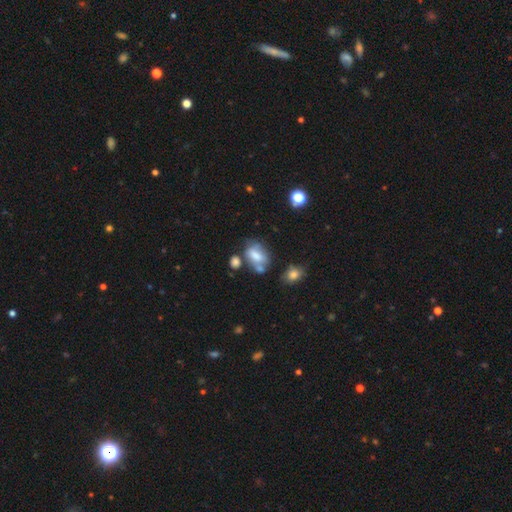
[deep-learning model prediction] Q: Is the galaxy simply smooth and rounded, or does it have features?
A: smooth — 55%.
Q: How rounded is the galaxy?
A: in between — 80%.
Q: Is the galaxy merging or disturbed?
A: none — 42%.